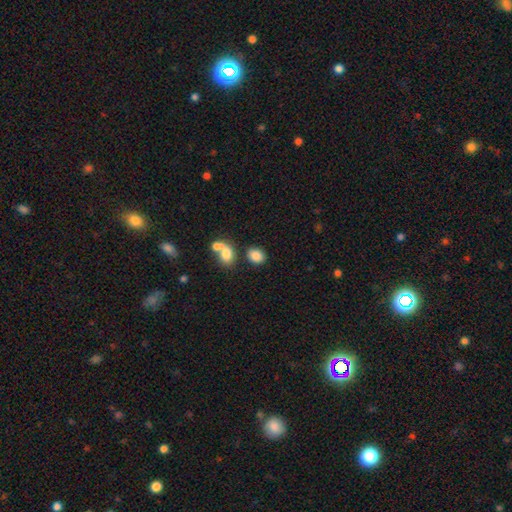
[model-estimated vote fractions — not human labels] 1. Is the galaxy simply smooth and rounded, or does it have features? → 83% smooth, 10% star or artifact, 7% featured or disk.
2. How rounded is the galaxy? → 50% in between, 49% round, 1% cigar-shaped.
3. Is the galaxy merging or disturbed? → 67% none, 19% merger, 10% minor disturbance, 4% major disturbance.